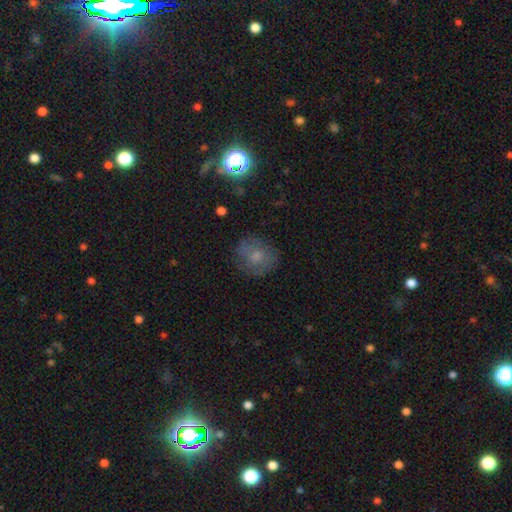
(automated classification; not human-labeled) Smooth or featured? Predicted: smooth (p=0.64). How rounded? Predicted: round (p=0.75). Merging? Predicted: none (p=0.73).